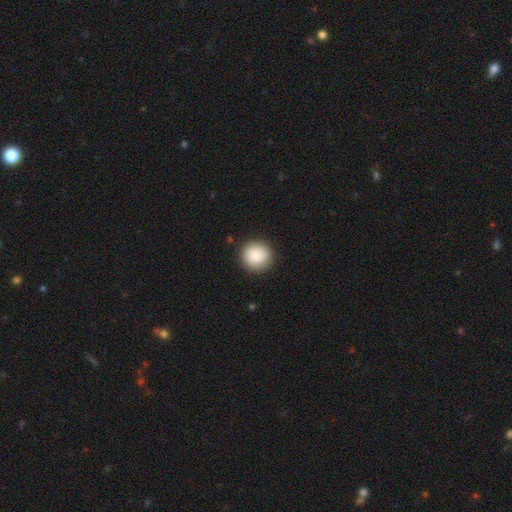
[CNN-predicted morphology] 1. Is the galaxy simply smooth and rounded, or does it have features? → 81% smooth, 12% featured or disk, 7% star or artifact.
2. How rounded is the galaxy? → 95% round, 4% in between, 1% cigar-shaped.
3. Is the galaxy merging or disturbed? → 90% none, 7% minor disturbance, 2% major disturbance, 1% merger.